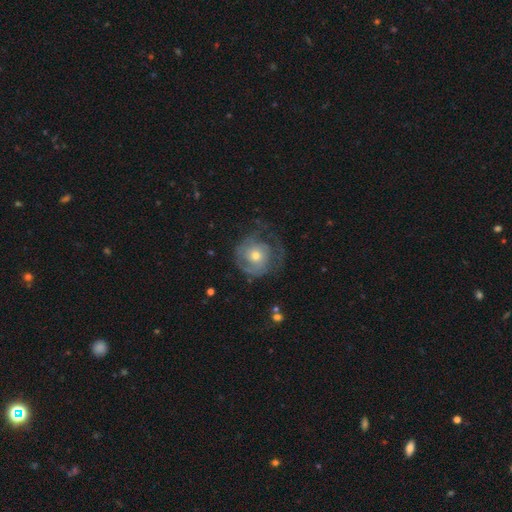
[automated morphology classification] Smooth or featured? featured or disk (63%)
Edge-on disk? no (97%)
Bar? no (83%)
Spiral arms? yes (73%)
Bulge size? moderate (54%)
Merging? none (53%)